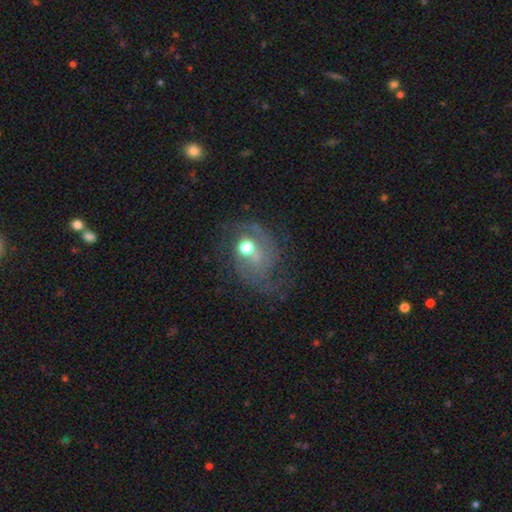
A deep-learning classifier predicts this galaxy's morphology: Smooth or featured? Predicted: featured or disk (p=0.72). Edge-on disk? Predicted: no (p=0.97). Bar? Predicted: no (p=0.57). Spiral arms? Predicted: yes (p=0.86). Spiral winding? Predicted: medium (p=0.46). Spiral arm count? Predicted: 2 (p=0.59). Bulge size? Predicted: moderate (p=0.68). Merging? Predicted: none (p=0.57).